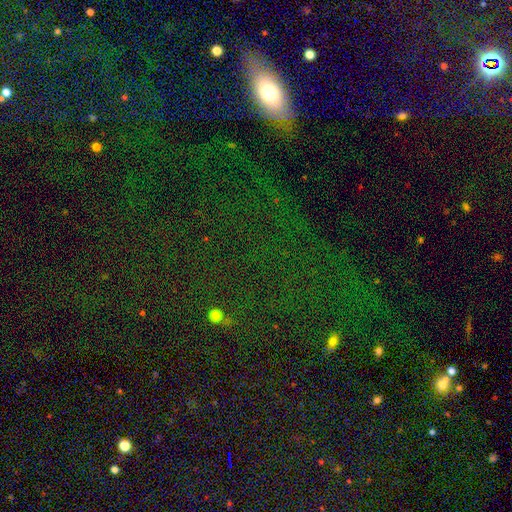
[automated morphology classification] This appears to be a star or artifact, not a galaxy (42%).